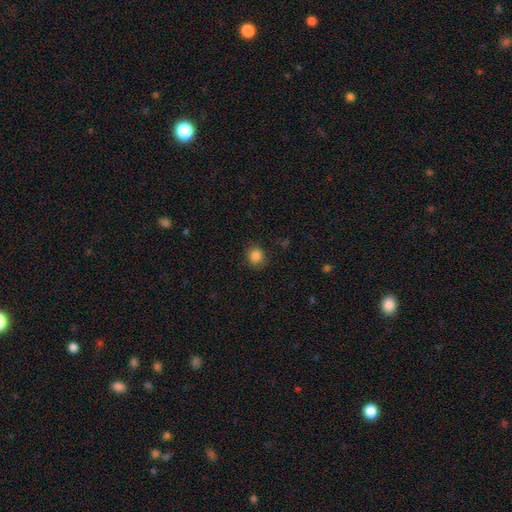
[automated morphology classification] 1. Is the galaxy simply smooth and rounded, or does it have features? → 85% smooth, 11% star or artifact, 4% featured or disk.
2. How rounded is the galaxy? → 81% round, 18% in between, 1% cigar-shaped.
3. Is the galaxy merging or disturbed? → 85% none, 10% minor disturbance, 3% major disturbance, 1% merger.